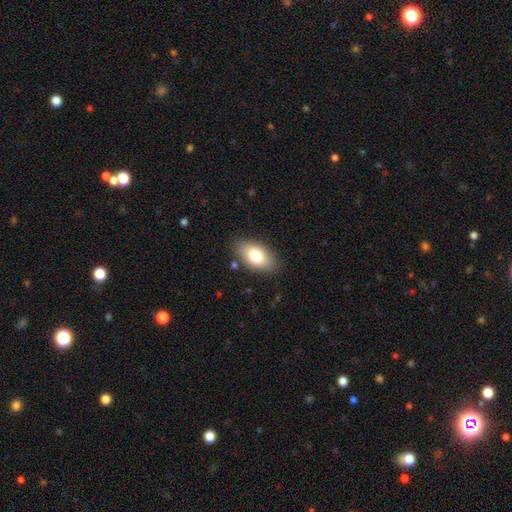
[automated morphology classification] Q: Smooth or featured?
A: smooth (79%); runner-up: featured or disk (14%)
Q: How rounded?
A: in between (92%); runner-up: round (5%)
Q: Merging?
A: none (83%); runner-up: minor disturbance (12%)